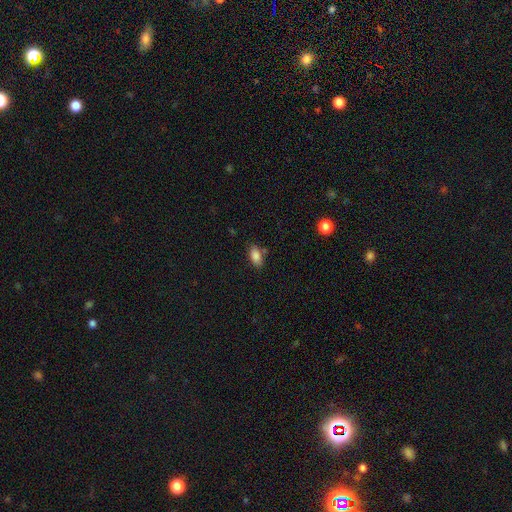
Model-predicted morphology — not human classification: smooth 86%, star or artifact 9%, featured or disk 6%. Down the decision tree: how rounded — in between (90%); merging — none (76%).